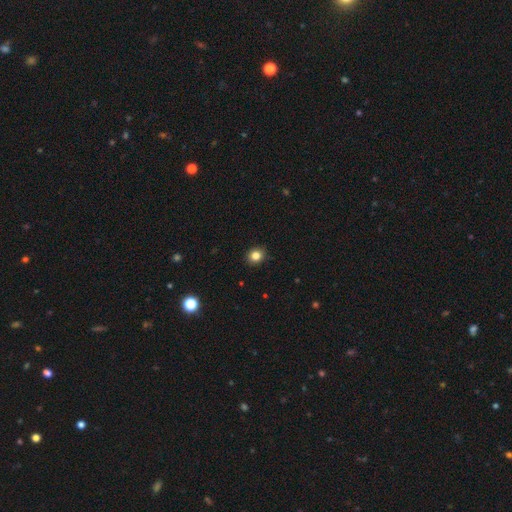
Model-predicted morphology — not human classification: smooth-or-featured: smooth: 83% | star or artifact: 11% | featured or disk: 5%
  how-rounded: round: 71% | in between: 28% | cigar-shaped: 1%
  merging: none: 90% | minor disturbance: 8% | major disturbance: 2% | merger: 1%